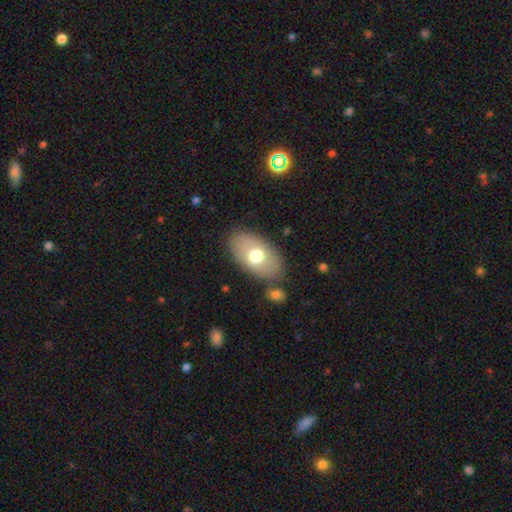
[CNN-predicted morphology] smooth 67%, featured or disk 25%, star or artifact 7%. Down the decision tree: how rounded — in between (92%); merging — none (78%).